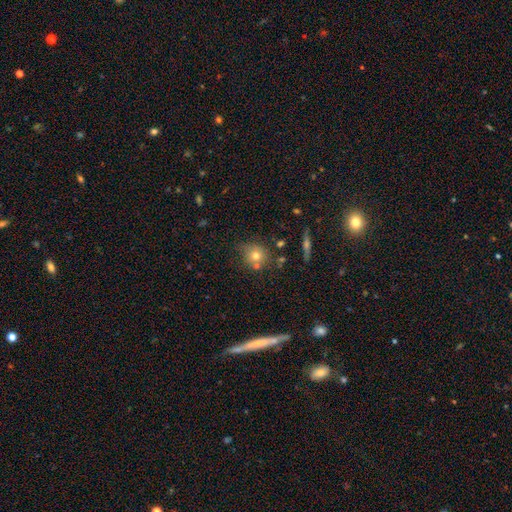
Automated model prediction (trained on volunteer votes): Smooth or featured? smooth (72%)
How rounded? round (83%)
Merging? none (66%)